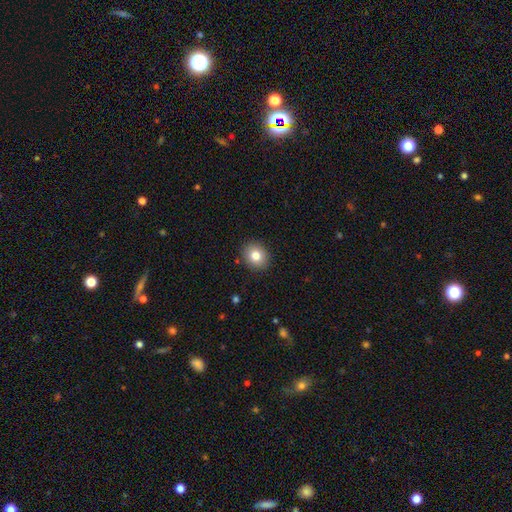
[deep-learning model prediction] This is clearly a smooth galaxy (81%). How rounded: likely round (74%). Merging: clearly none (90%).